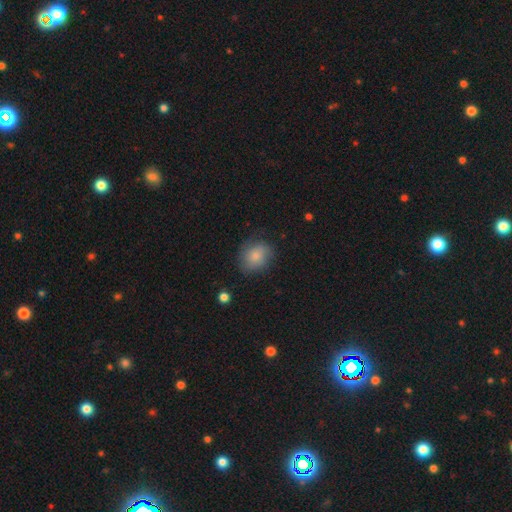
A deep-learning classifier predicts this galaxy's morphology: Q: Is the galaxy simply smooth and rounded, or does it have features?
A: smooth — 78%.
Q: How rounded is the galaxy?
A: round — 52%.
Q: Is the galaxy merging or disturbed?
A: none — 69%.